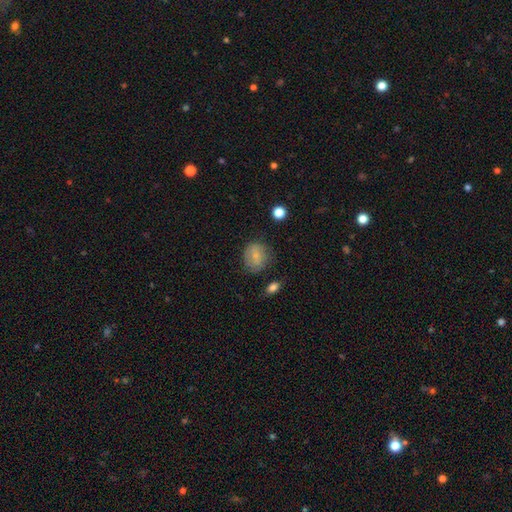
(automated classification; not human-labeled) The model was most divided on "how rounded": round: 63%, in between: 35%, cigar-shaped: 1%. More confident: smooth or featured — smooth (72%); merging — none (69%).